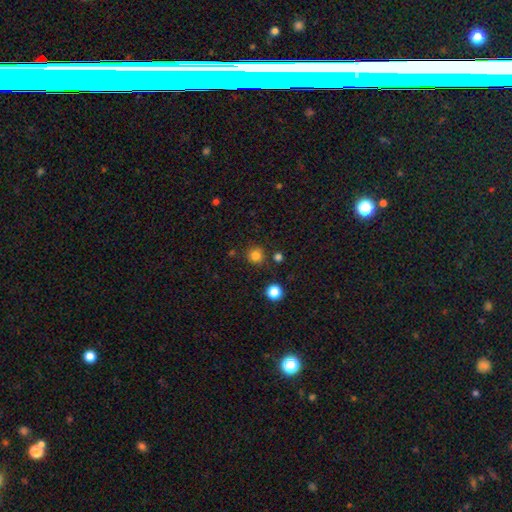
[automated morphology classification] smooth 81%, star or artifact 15%, featured or disk 4%. Down the decision tree: how rounded — round (93%); merging — none (84%).